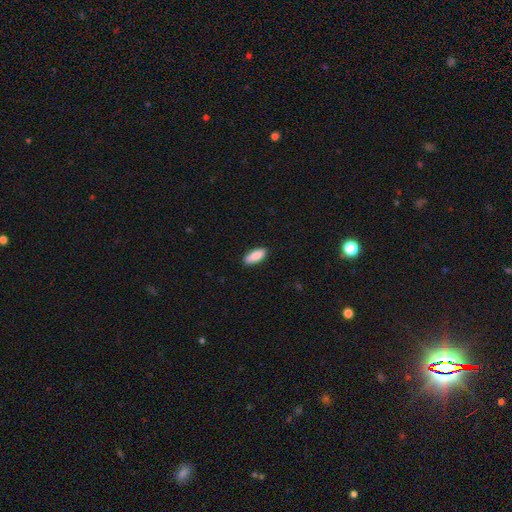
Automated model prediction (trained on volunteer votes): Smooth or featured: smooth — 88% (featured or disk — 6%)
How rounded: in between — 82% (cigar-shaped — 16%)
Merging: none — 88% (minor disturbance — 9%)